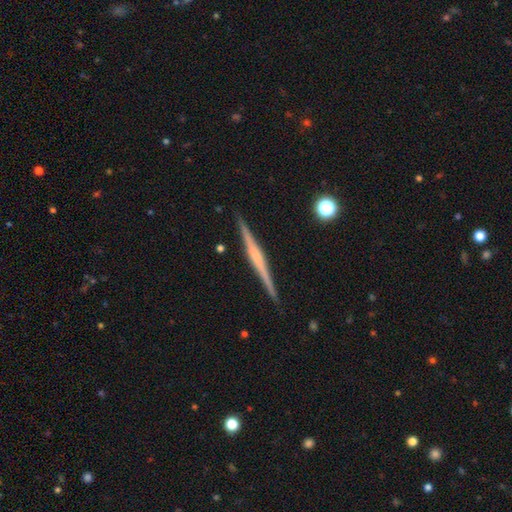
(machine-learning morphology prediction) featured or disk 74%, smooth 20%, star or artifact 6%. Down the decision tree: edge-on disk — yes (98%); edge-on bulge — none (41%); merging — none (91%).